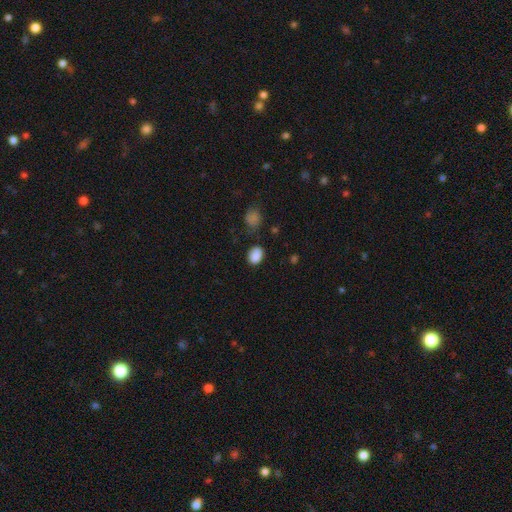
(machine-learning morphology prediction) Smooth or featured: smooth — 86% (star or artifact — 10%)
How rounded: in between — 65% (round — 33%)
Merging: none — 75% (minor disturbance — 17%)